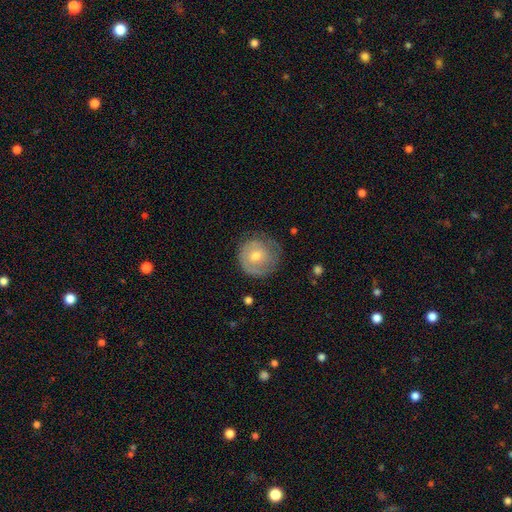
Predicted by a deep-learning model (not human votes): A featured or disk galaxy (48%).

Vote fractions:
- Smooth or featured? featured or disk: 48% / smooth: 45% / star or artifact: 7%
- Merging? none: 68% / minor disturbance: 22% / major disturbance: 9% / merger: 1%